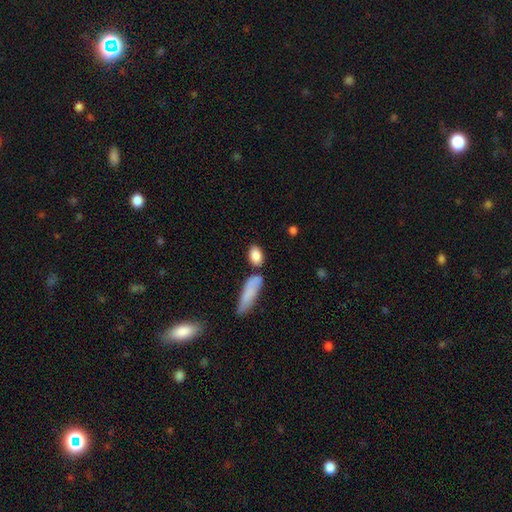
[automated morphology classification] Overall: smooth (86%). How rounded: in between (84%). Merging: none (66%).